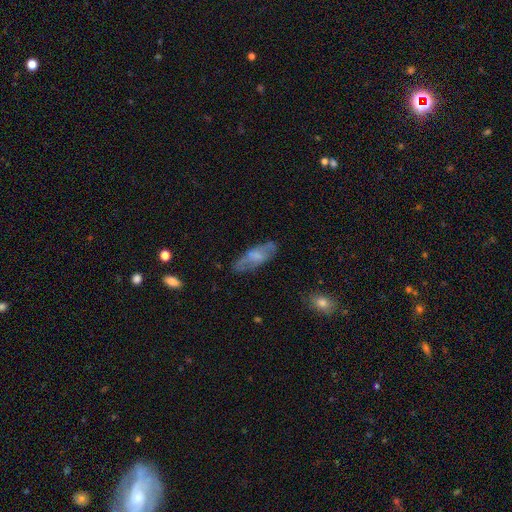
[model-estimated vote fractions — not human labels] Smooth or featured? smooth (49%)
Merging? none (69%)